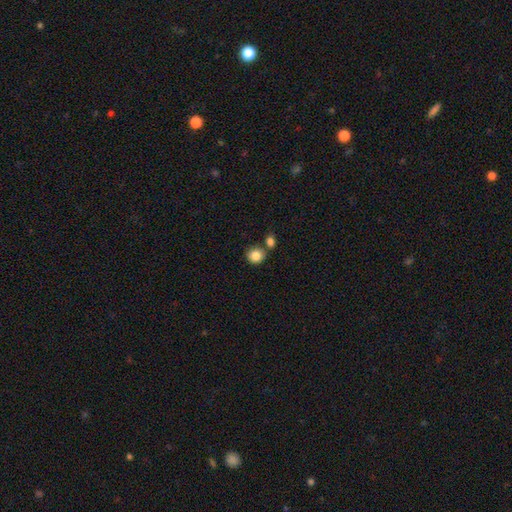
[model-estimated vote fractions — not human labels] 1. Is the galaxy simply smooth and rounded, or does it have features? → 86% smooth, 9% star or artifact, 5% featured or disk.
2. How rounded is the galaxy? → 85% round, 14% in between, 1% cigar-shaped.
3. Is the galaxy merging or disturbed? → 66% none, 22% merger, 10% minor disturbance, 3% major disturbance.